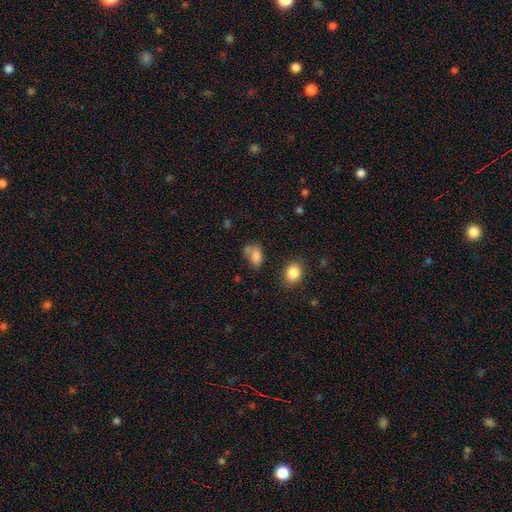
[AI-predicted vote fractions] A smooth galaxy with no disk features (80%) that is in between round and cigar-shaped (84%). Merging: none (45%).